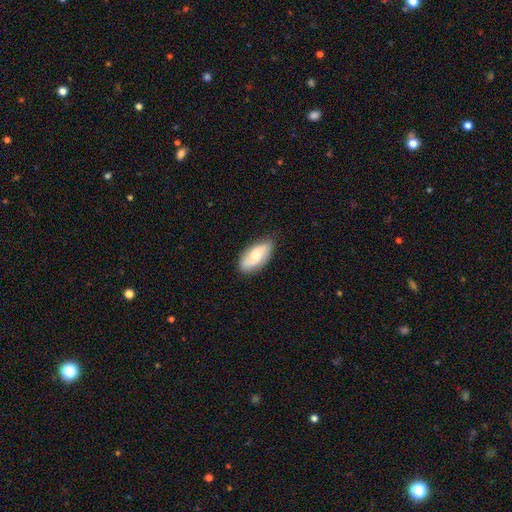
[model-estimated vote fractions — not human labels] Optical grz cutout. It shows a featured or disk galaxy (49%). Merging: none (81%).